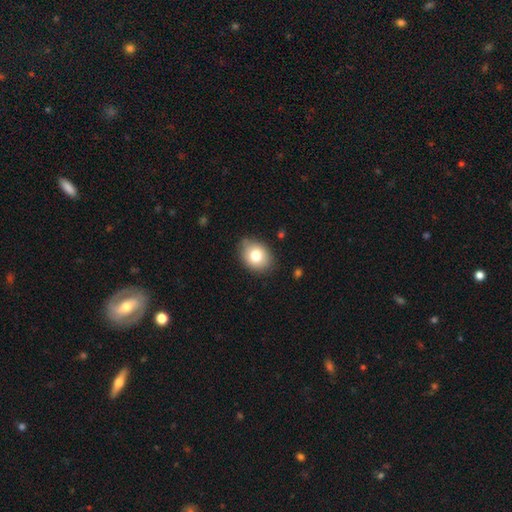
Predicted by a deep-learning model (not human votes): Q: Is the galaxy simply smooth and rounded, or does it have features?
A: smooth — 78%.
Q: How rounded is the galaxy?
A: in between — 59%.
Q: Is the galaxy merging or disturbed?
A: none — 78%.